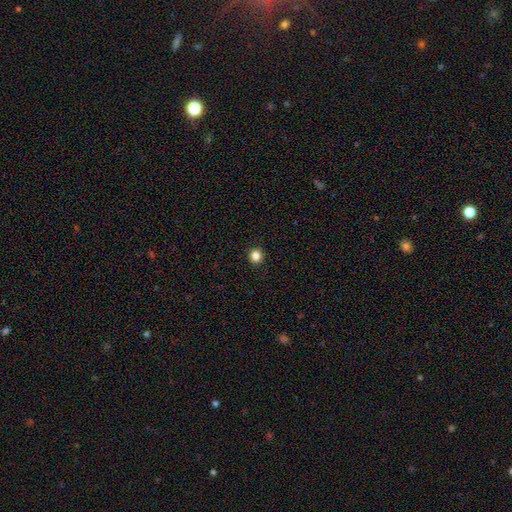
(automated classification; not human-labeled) Smooth or featured? Predicted: smooth (p=0.84). How rounded? Predicted: round (p=0.91). Merging? Predicted: none (p=0.93).